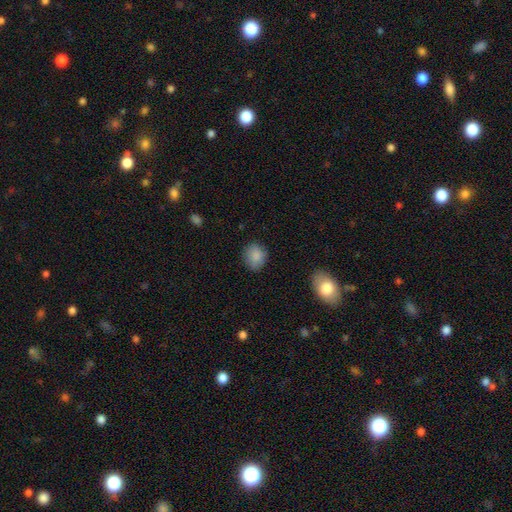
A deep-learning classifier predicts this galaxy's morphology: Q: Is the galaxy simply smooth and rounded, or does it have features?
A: smooth — 87%.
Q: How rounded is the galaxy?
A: round — 59%.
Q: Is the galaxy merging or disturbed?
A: none — 82%.